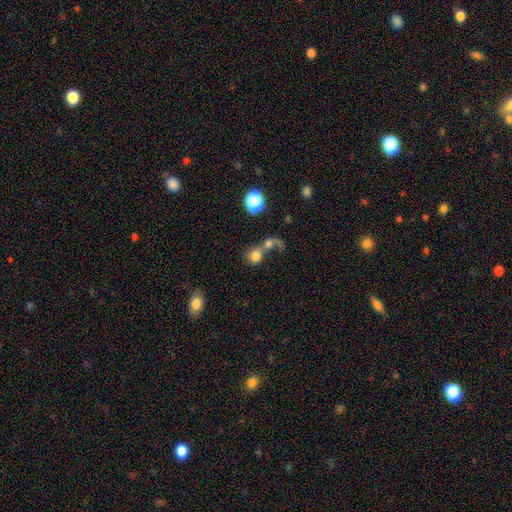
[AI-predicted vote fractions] Smooth or featured? Predicted: smooth (p=0.75). How rounded? Predicted: round (p=0.81). Merging? Predicted: merger (p=0.55).